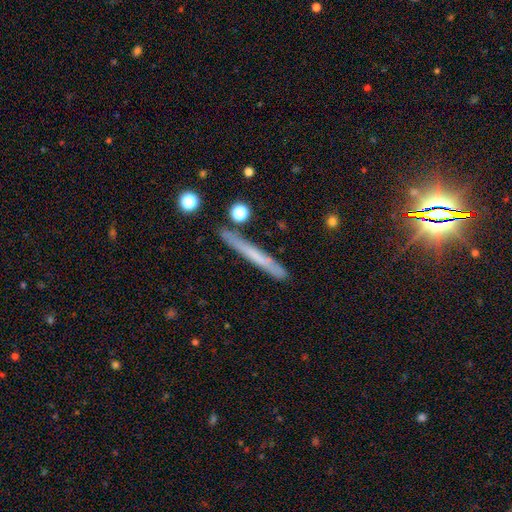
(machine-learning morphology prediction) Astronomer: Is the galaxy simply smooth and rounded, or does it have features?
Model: smooth — 54% (runner-up: featured or disk, 38%).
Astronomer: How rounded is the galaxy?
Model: cigar-shaped — 96%.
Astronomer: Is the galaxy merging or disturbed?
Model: none — 83%.